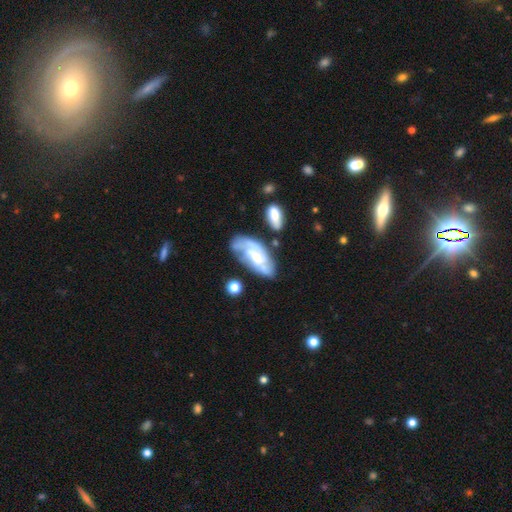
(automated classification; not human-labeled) featured or disk 73%, smooth 20%, star or artifact 6%. Down the decision tree: edge-on disk — no (93%); bar — no (56%); spiral arms — yes (89%); spiral arm count — 2 (37%); spiral winding — tight (42%); bulge size — small (55%); merging — none (57%).